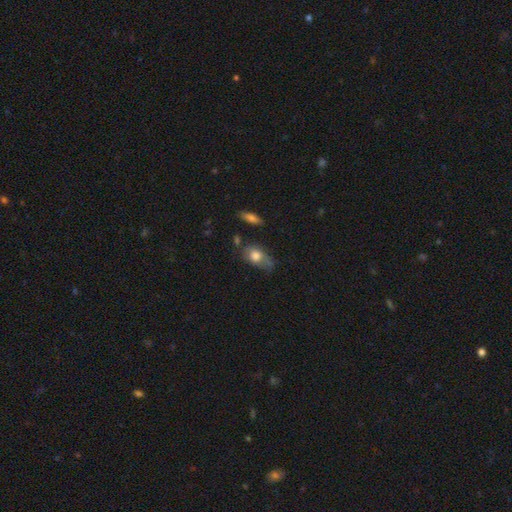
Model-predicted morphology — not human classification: This is likely a smooth galaxy (72%). How rounded: likely in between (79%). Merging: marginally none (41%).